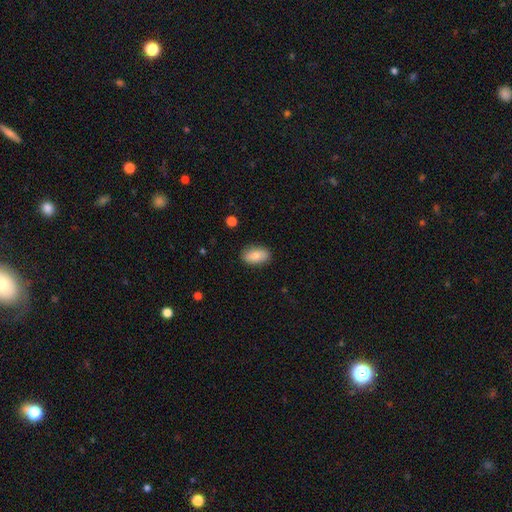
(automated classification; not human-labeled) Morphology: type=smooth (79%); roundness=in between (92%); merging=none (85%).